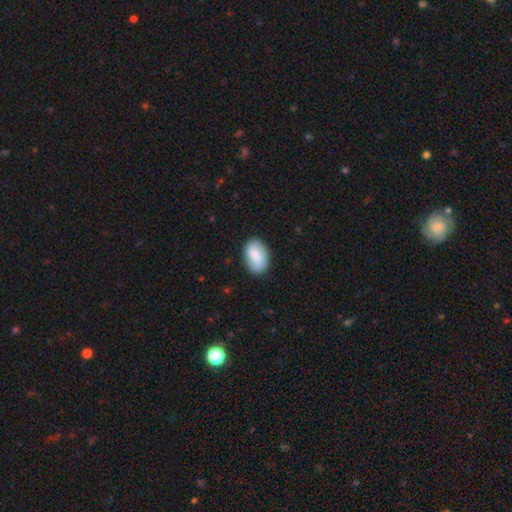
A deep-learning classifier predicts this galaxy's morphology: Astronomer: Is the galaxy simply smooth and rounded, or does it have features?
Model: smooth — 77%.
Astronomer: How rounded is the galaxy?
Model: in between — 89%.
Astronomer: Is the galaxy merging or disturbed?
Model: none — 81%.